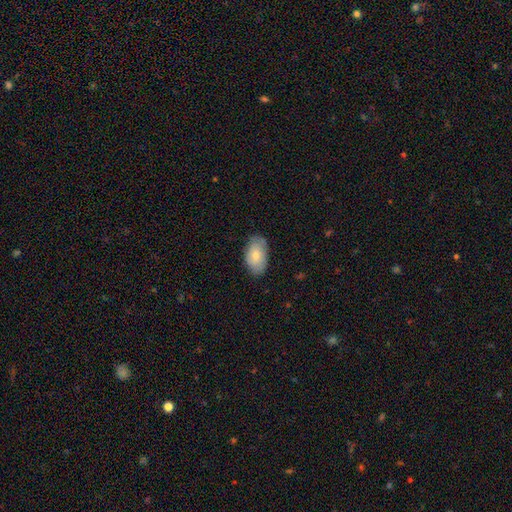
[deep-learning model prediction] Smooth or featured: smooth — 73% (featured or disk — 21%)
How rounded: in between — 92% (round — 7%)
Merging: none — 74% (minor disturbance — 21%)